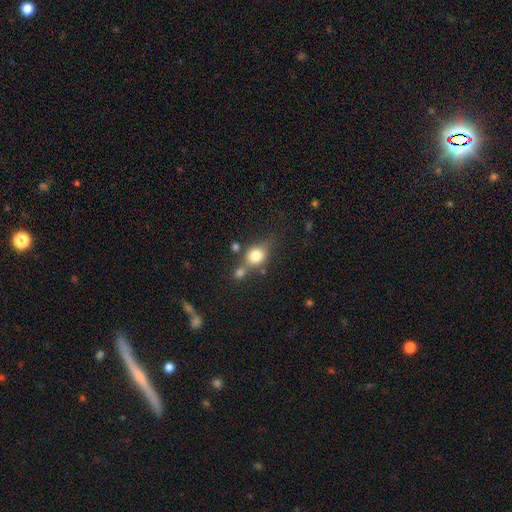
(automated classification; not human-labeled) A smooth galaxy with no disk features (75%) that is round (65%). Merging: none (48%).